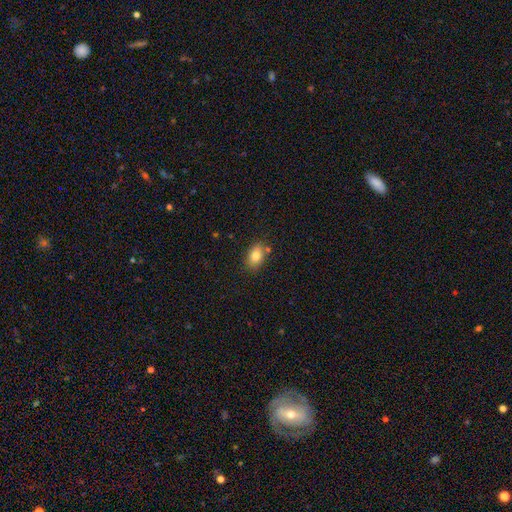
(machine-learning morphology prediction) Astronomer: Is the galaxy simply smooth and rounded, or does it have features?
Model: smooth — 81%.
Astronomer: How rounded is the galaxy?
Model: in between — 83%.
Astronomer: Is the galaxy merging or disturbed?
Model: none — 79%.